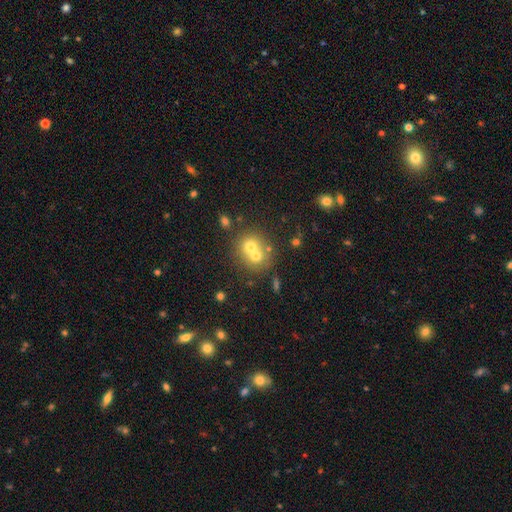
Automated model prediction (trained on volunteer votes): A smooth galaxy with no disk features (64%) that is round (82%). Merging: merger (57%).